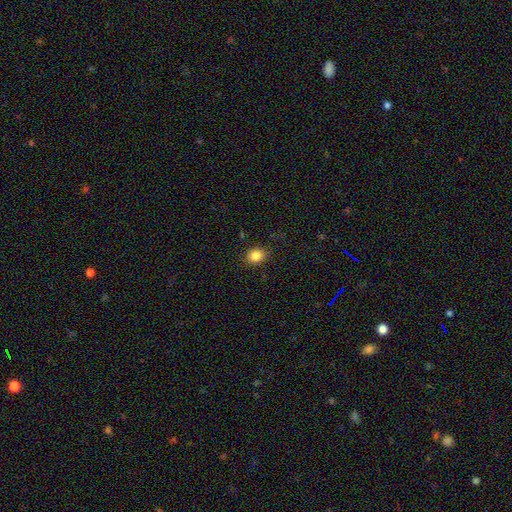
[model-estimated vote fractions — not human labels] Smooth or featured?
  - smooth: 84% *
  - star or artifact: 10%
  - featured or disk: 6%
How rounded?
  - round: 56% *
  - in between: 43%
  - cigar-shaped: 1%
Merging?
  - none: 84% *
  - minor disturbance: 12%
  - major disturbance: 3%
  - merger: 1%